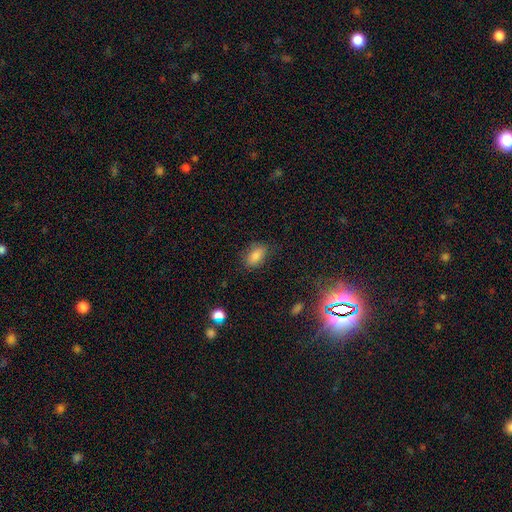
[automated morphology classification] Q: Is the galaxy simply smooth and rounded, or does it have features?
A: smooth — 82%.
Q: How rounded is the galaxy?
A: in between — 87%.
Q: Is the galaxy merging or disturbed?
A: none — 79%.